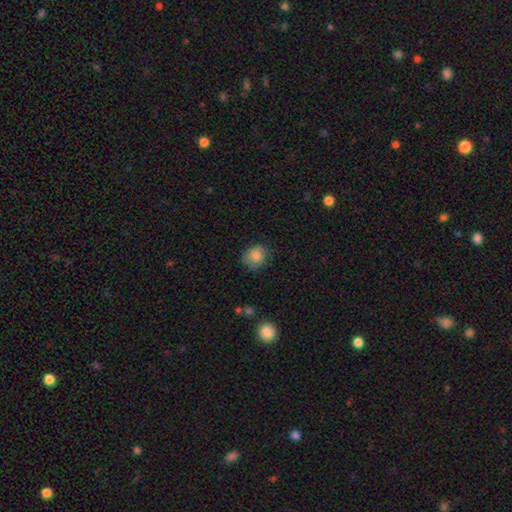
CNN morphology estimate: smooth-or-featured: smooth: 85% | star or artifact: 9% | featured or disk: 7%
  how-rounded: round: 68% | in between: 31% | cigar-shaped: 1%
  merging: none: 73% | minor disturbance: 21% | major disturbance: 5% | merger: 1%